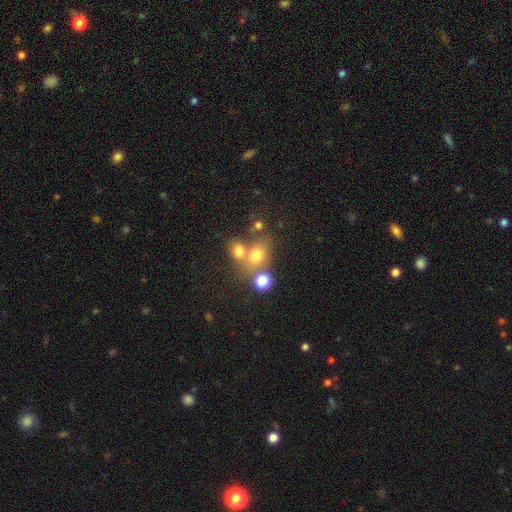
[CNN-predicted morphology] Smooth or featured?
  - smooth: 69% *
  - star or artifact: 17%
  - featured or disk: 14%
How rounded?
  - round: 56% *
  - in between: 42%
  - cigar-shaped: 2%
Merging?
  - none: 42% * (tied)
  - merger: 42% * (tied)
  - minor disturbance: 10%
  - major disturbance: 6%